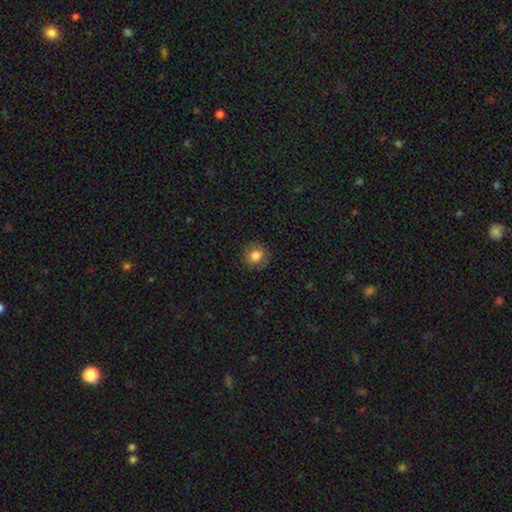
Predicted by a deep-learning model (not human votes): The model was most divided on "smooth or featured": smooth: 82%, star or artifact: 10%, featured or disk: 8%. More confident: merging — none (88%); how rounded — round (85%).